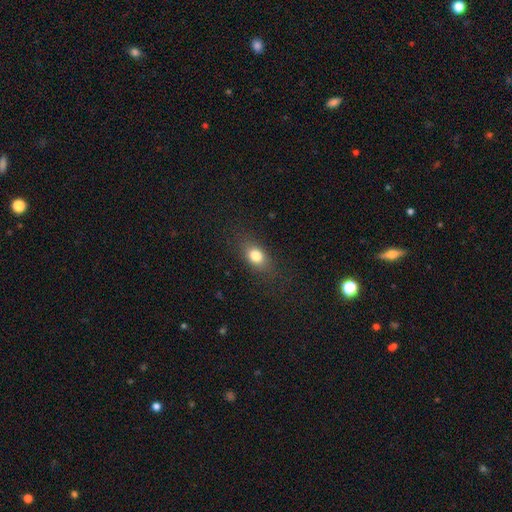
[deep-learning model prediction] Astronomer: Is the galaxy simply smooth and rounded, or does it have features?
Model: smooth — 79%.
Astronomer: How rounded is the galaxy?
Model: in between — 70%.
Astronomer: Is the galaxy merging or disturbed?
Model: none — 82%.